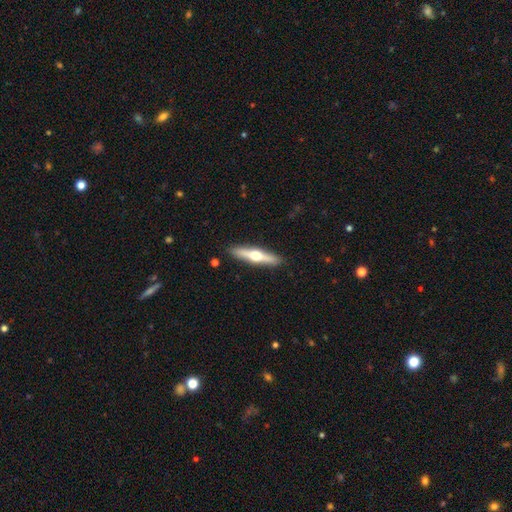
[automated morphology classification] smooth_or_featured: featured or disk (p=0.60) [alt: smooth p=0.34]
disk_edge_on: yes (p=0.94) [alt: no p=0.06]
edge_on_bulge: rounded (p=0.95) [alt: none p=0.03]
merging: none (p=0.90) [alt: minor disturbance p=0.07]